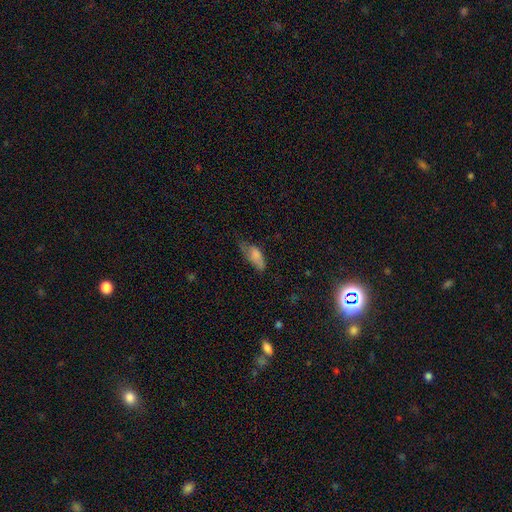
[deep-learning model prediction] smooth-or-featured: smooth: 75% | featured or disk: 16% | star or artifact: 9%
  how-rounded: in between: 82% | cigar-shaped: 15% | round: 3%
  merging: minor disturbance: 40% | none: 33% | major disturbance: 24% | merger: 3%